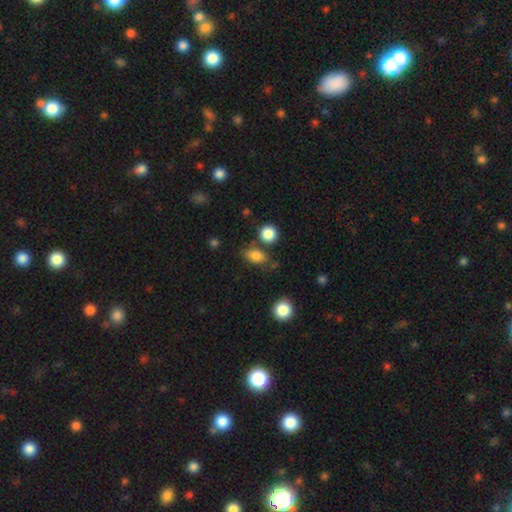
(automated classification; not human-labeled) The model was most divided on "merging": none: 67%, minor disturbance: 17%, merger: 11%, major disturbance: 6%. More confident: smooth or featured — smooth (83%); how rounded — in between (77%).